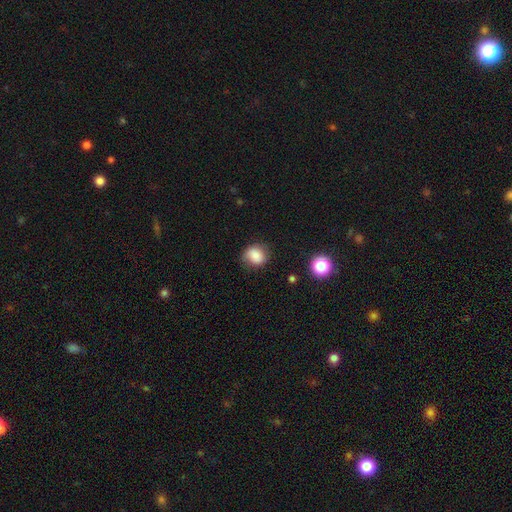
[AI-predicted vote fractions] Smooth or featured: smooth — 81% (star or artifact — 10%)
How rounded: round — 69% (in between — 30%)
Merging: none — 75% (minor disturbance — 18%)